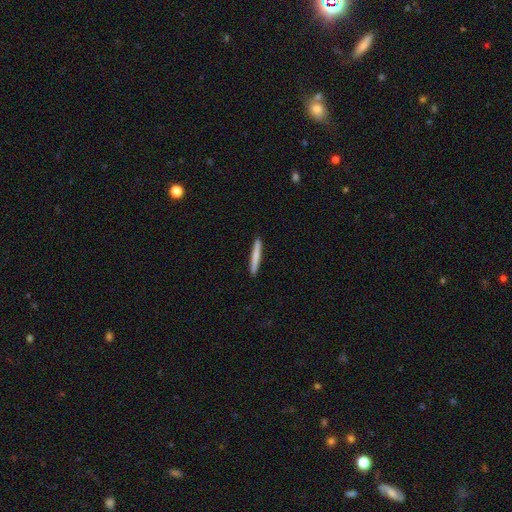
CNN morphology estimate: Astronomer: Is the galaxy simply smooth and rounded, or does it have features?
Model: smooth — 75%.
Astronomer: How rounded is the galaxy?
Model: cigar-shaped — 96%.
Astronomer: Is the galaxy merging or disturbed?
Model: none — 92%.